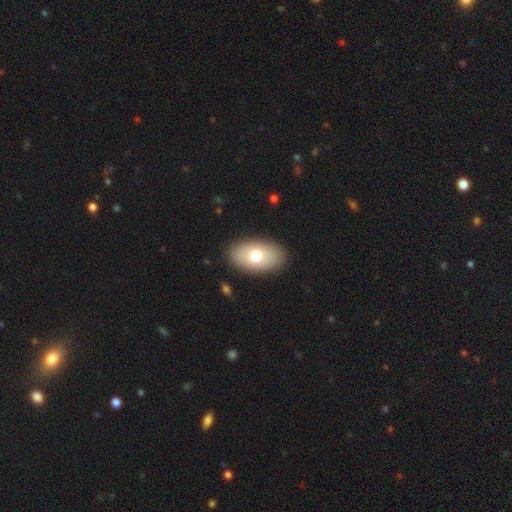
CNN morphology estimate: type=smooth (73%); roundness=in between (93%); merging=none (89%).